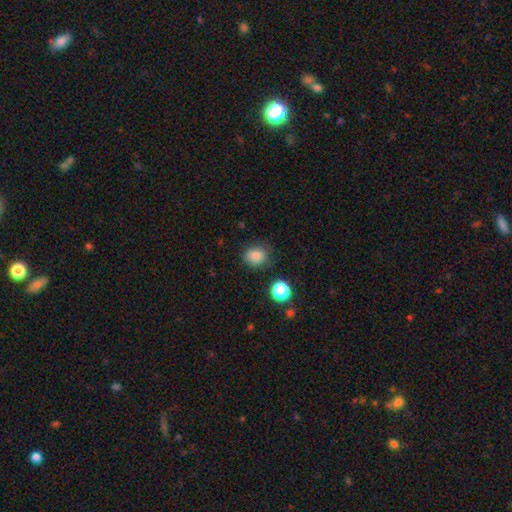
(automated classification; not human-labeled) This appears to be a smooth galaxy with no disk features (83%) that is round (63%). Merging: none (79%).